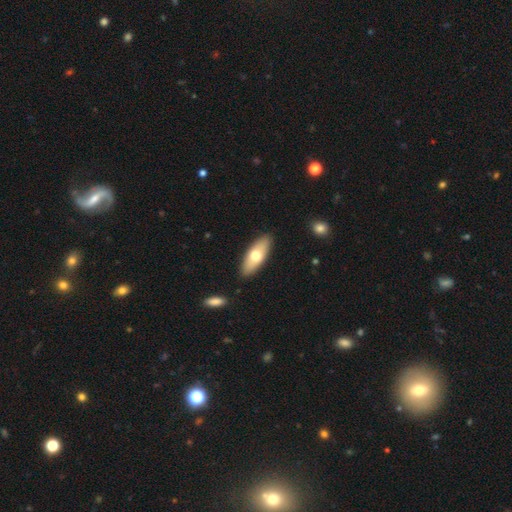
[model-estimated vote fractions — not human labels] smooth-or-featured: smooth: 62% | featured or disk: 32% | star or artifact: 5%
  how-rounded: in between: 73% | cigar-shaped: 25% | round: 2%
  merging: none: 87% | minor disturbance: 9% | major disturbance: 2% | merger: 2%